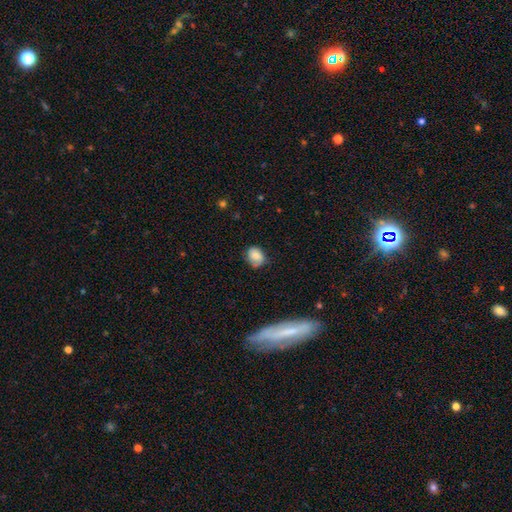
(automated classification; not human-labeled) A smooth galaxy with no disk features (76%) that is in between round and cigar-shaped (52%). Merging: none (61%).